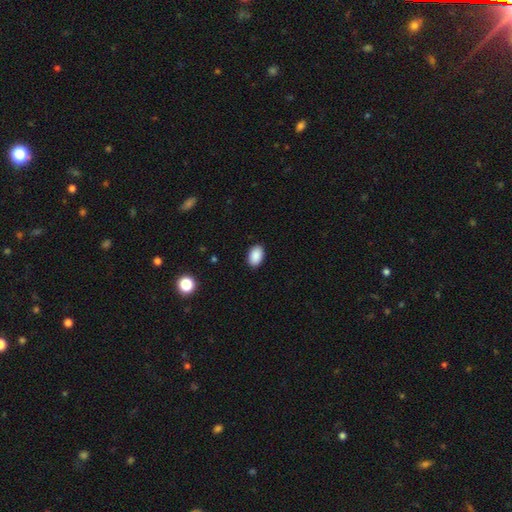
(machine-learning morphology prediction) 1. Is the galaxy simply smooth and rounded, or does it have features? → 90% smooth, 7% star or artifact, 3% featured or disk.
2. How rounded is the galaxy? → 91% in between, 8% round, 1% cigar-shaped.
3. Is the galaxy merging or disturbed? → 90% none, 7% minor disturbance, 2% major disturbance, 1% merger.